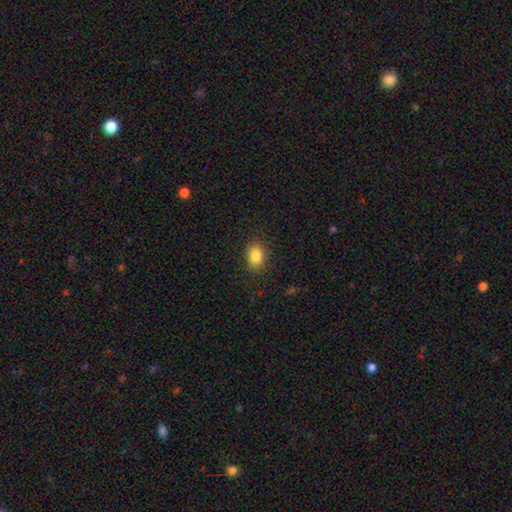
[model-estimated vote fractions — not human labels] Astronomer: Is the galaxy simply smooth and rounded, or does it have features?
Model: smooth — 86%.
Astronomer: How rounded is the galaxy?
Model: in between — 72%.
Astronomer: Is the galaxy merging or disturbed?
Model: none — 87%.